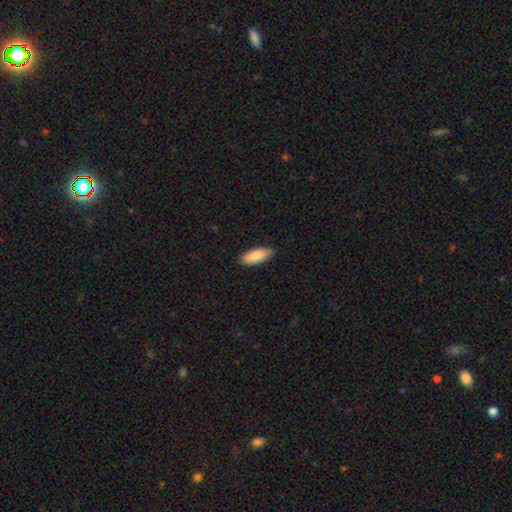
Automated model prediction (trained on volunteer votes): smooth 87%, featured or disk 7%, star or artifact 6%. Down the decision tree: how rounded — in between (81%); merging — none (88%).